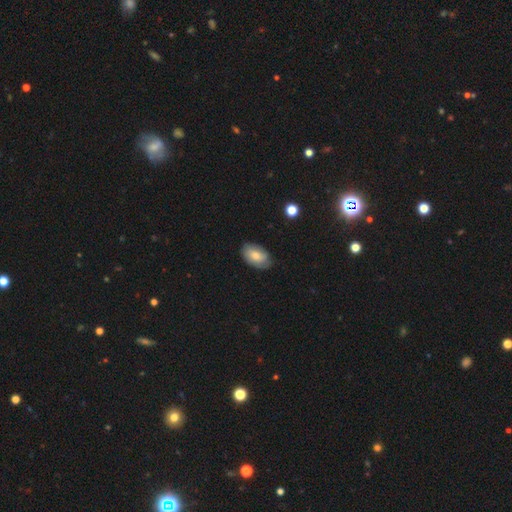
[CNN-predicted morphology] smooth_or_featured: smooth (p=0.69) [alt: featured or disk p=0.24]
how_rounded: in between (p=0.92) [alt: round p=0.06]
merging: none (p=0.73) [alt: minor disturbance p=0.22]